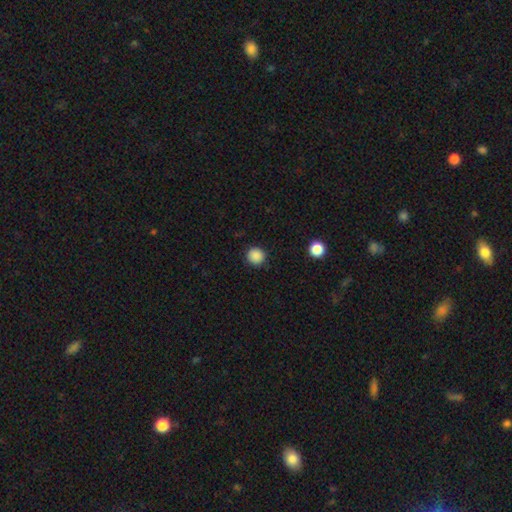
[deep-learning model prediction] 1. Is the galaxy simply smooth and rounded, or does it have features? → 87% smooth, 11% star or artifact, 2% featured or disk.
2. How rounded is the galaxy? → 95% round, 4% in between, 1% cigar-shaped.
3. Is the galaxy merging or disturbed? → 90% none, 6% minor disturbance, 2% major disturbance, 1% merger.